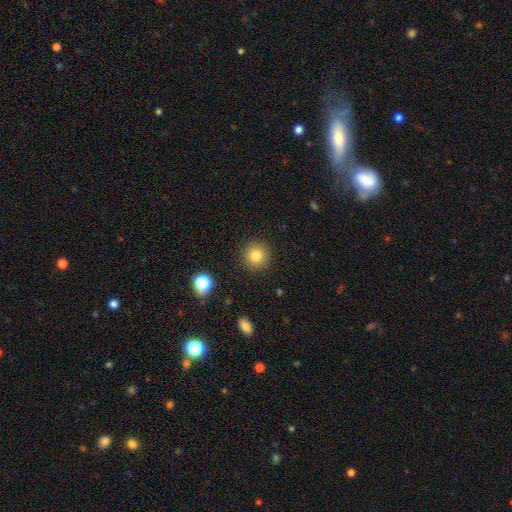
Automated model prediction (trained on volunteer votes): This is clearly a smooth galaxy (81%). How rounded: clearly round (94%). Merging: clearly none (90%).